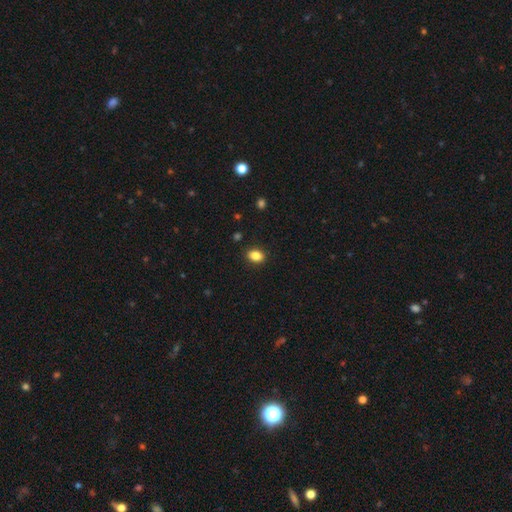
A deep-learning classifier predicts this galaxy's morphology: Smooth or featured?
  - smooth: 86% *
  - star or artifact: 9%
  - featured or disk: 5%
How rounded?
  - in between: 77% *
  - round: 21%
  - cigar-shaped: 1%
Merging?
  - none: 89% *
  - minor disturbance: 8%
  - major disturbance: 2%
  - merger: 1%